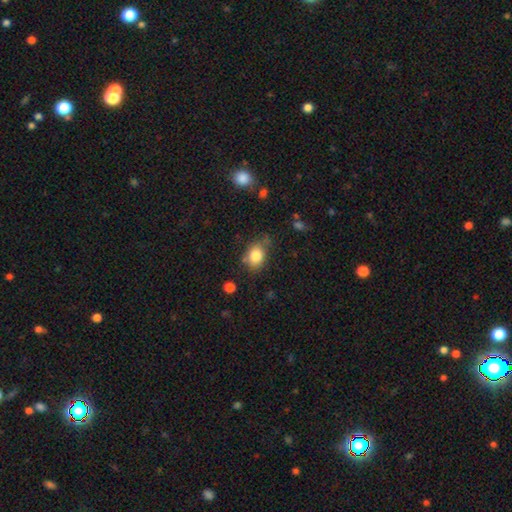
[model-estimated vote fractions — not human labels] Smooth or featured: smooth — 81% (star or artifact — 10%)
How rounded: in between — 56% (round — 42%)
Merging: none — 60% (minor disturbance — 29%)